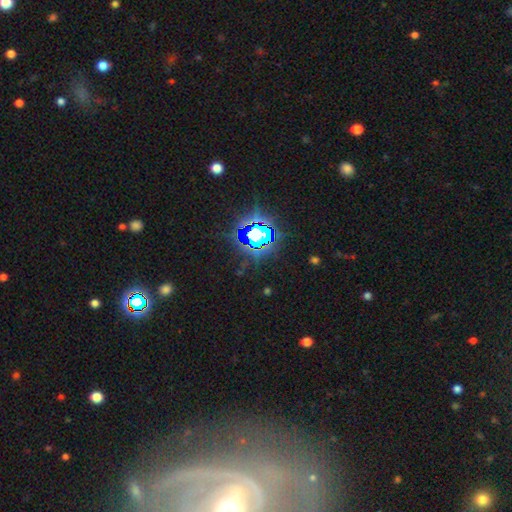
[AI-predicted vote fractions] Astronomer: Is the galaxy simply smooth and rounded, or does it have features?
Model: star or artifact — 79%.